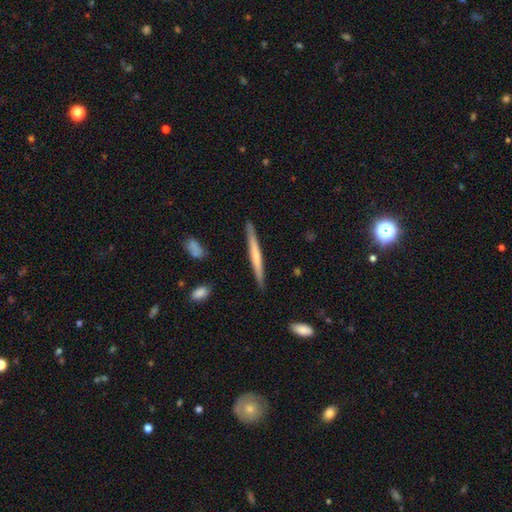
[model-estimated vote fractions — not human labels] A smooth galaxy with no disk features (48%). Merging: none (89%).